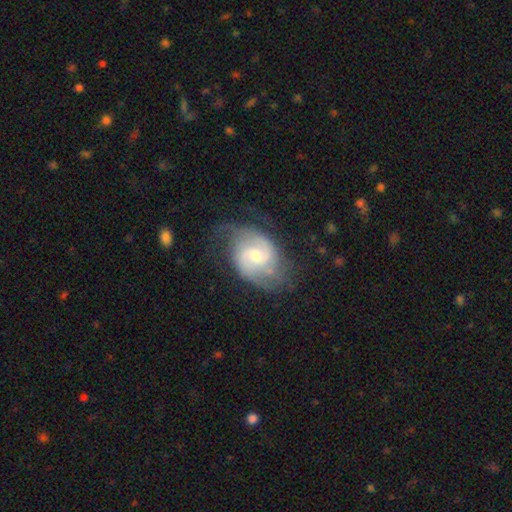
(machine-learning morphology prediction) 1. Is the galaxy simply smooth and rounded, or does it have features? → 81% featured or disk, 13% smooth, 6% star or artifact.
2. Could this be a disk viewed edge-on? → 97% no, 3% yes.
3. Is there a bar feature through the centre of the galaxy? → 47% no, 46% weak, 7% strong.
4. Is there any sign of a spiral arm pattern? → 95% yes, 5% no.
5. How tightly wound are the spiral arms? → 48% medium, 29% tight, 22% loose.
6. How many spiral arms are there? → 80% 2, 11% can't tell, 4% 3, 3% 1, 2% 4, 1% more than 4.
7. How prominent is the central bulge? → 49% moderate, 43% small, 5% large, 2% none, 1% dominant.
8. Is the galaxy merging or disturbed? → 56% none, 24% minor disturbance, 18% major disturbance, 2% merger.